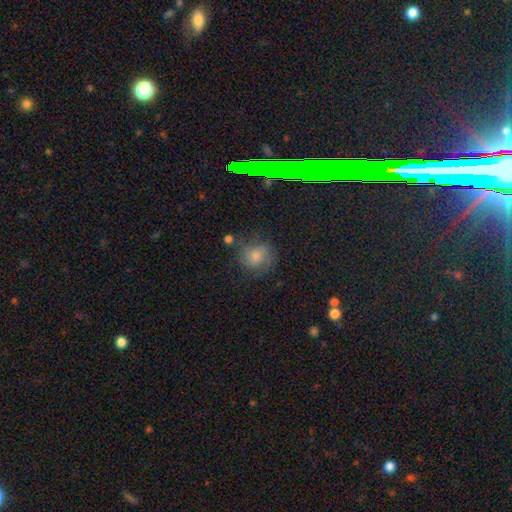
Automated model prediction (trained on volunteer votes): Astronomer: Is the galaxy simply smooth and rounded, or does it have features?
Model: smooth — 42% (runner-up: featured or disk, 36%).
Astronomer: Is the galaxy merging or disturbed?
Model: none — 71%.